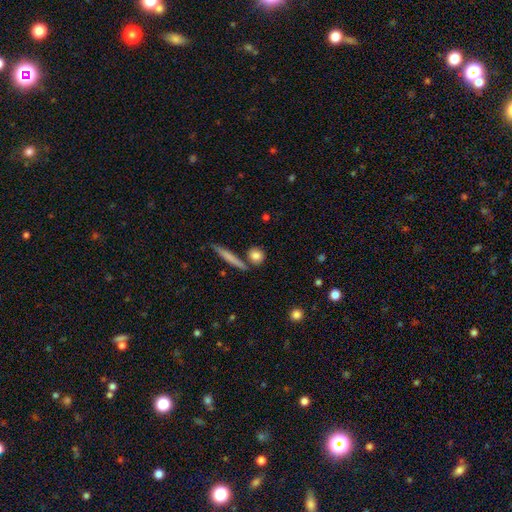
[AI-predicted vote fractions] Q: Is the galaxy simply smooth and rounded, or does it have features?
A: smooth — 82%.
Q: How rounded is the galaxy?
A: round — 72%.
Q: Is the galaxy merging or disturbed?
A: none — 75%.